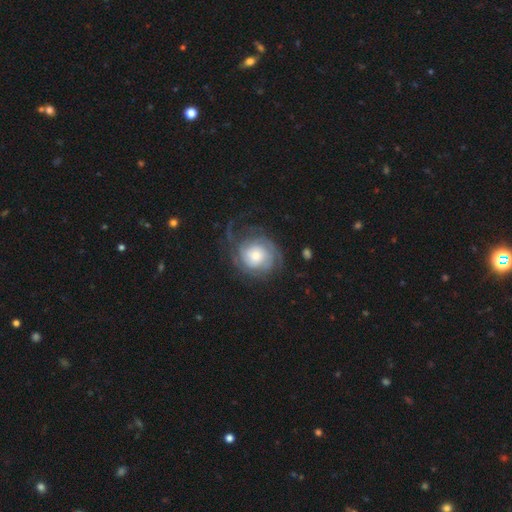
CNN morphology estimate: Smooth or featured: featured or disk — 75% (smooth — 18%)
Edge-on disk: no — 97% (yes — 3%)
Bar: no — 77% (weak — 18%)
Spiral arms: yes — 91% (no — 9%)
Spiral winding: tight — 62% (medium — 25%)
Spiral arm count: can't tell — 40% (2 — 22%)
Bulge size: moderate — 46% (small — 31%)
Merging: none — 60% (major disturbance — 22%)